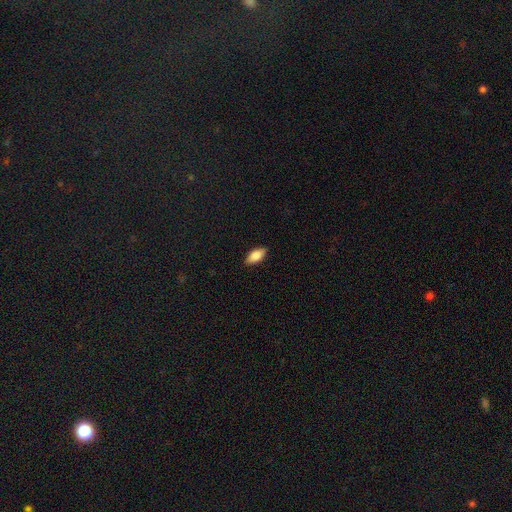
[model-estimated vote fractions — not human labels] Overall: smooth (79%). How rounded: in between (85%). Merging: none (87%).